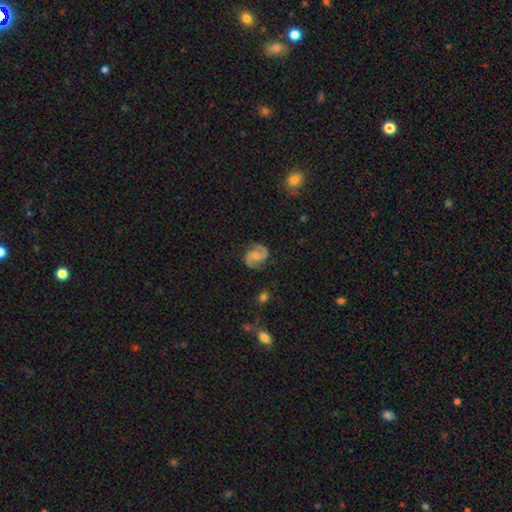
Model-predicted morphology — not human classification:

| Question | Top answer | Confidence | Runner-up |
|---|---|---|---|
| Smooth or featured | featured or disk | 84% | smooth (10%) |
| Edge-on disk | no | 98% | yes (2%) |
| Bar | weak | 45% | no (41%) |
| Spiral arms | yes | 97% | no (3%) |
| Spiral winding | medium | 56% | loose (26%) |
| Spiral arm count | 2 | 93% | can't tell (2%) |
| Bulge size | small | 41% | moderate (34%) |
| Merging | none | 81% | minor disturbance (13%) |